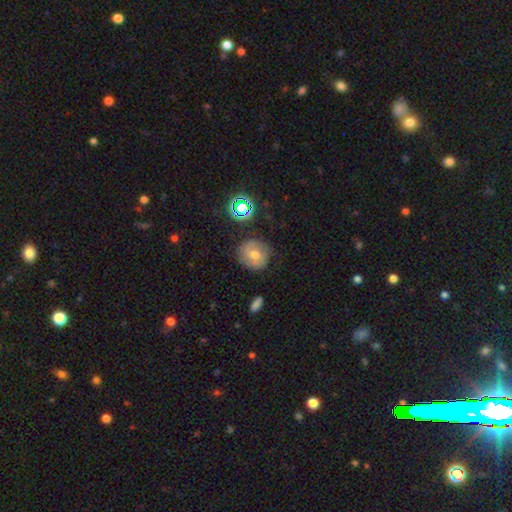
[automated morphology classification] Q: Smooth or featured?
A: smooth (55%); runner-up: featured or disk (31%)
Q: How rounded?
A: round (81%); runner-up: in between (18%)
Q: Merging?
A: none (76%); runner-up: minor disturbance (16%)